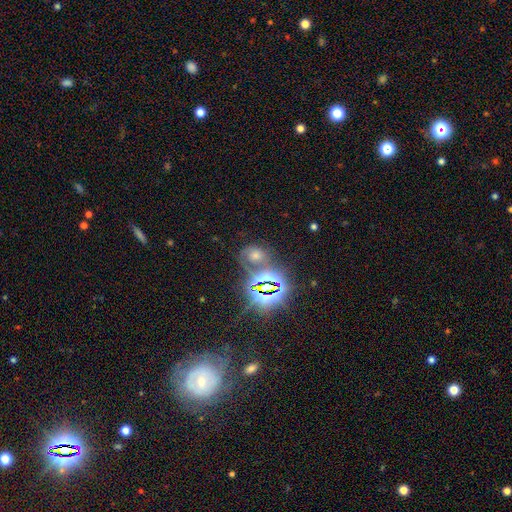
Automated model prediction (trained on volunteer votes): Smooth or featured? Predicted: star or artifact (p=0.56).